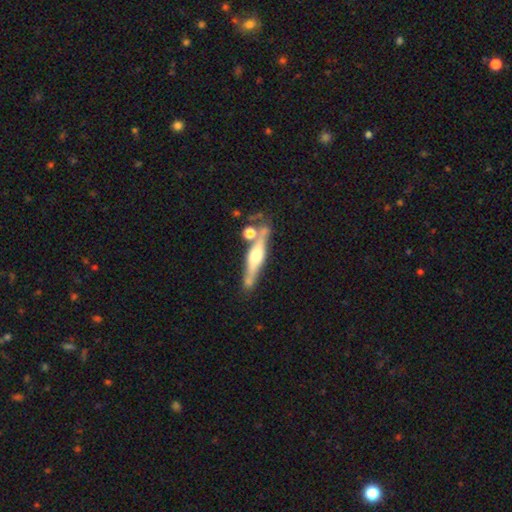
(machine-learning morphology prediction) Smooth or featured? featured or disk (71%)
Edge-on disk? yes (94%)
Edge-on bulge? rounded (89%)
Merging? none (69%)